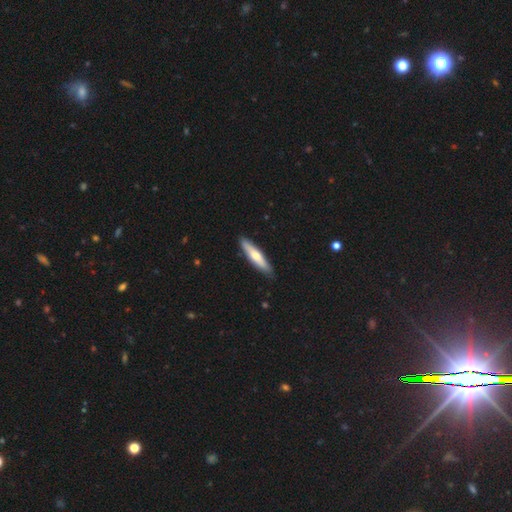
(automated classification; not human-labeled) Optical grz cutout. It shows a smooth galaxy with no disk features (57%) that is cigar-shaped (82%). Merging: none (88%).